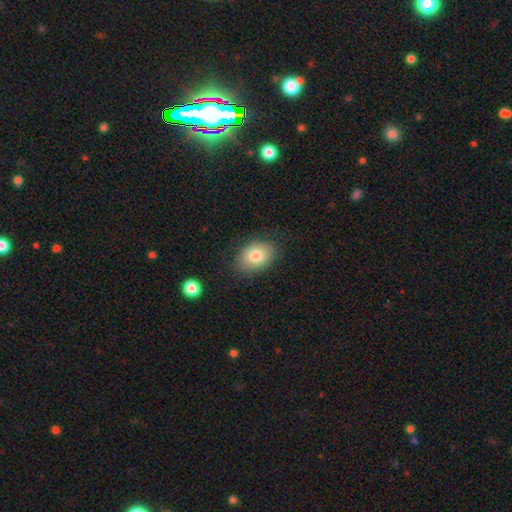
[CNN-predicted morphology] type=smooth (80%); roundness=in between (81%); merging=none (81%).